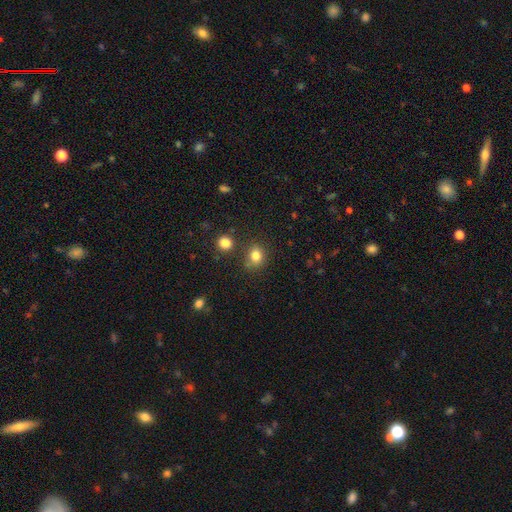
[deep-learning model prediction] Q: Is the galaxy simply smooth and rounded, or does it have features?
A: smooth — 82%.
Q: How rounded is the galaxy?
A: round — 66%.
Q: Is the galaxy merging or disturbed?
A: none — 75%.